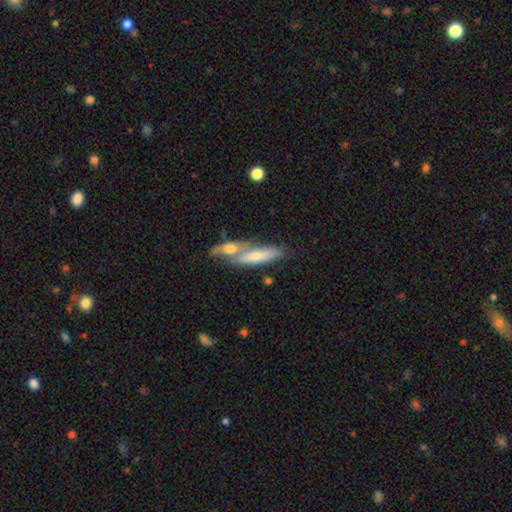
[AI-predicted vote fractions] smooth_or_featured: smooth (p=0.59) [alt: featured or disk p=0.34]
how_rounded: cigar-shaped (p=0.67) [alt: in between p=0.31]
merging: merger (p=0.49) [alt: none p=0.37]